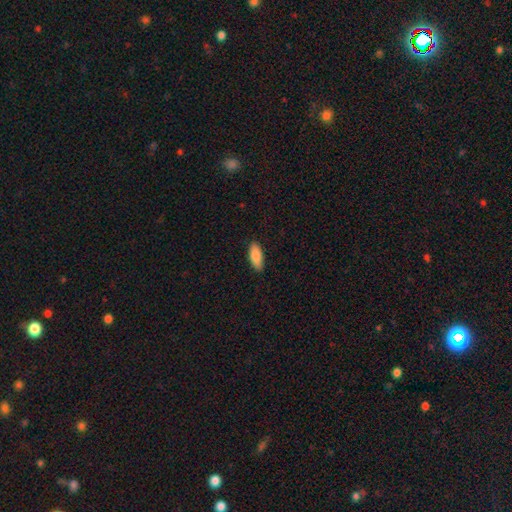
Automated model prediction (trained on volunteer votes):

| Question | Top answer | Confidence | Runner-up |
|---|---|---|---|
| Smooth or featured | smooth | 86% | featured or disk (8%) |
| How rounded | in between | 76% | cigar-shaped (22%) |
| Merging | none | 89% | minor disturbance (9%) |